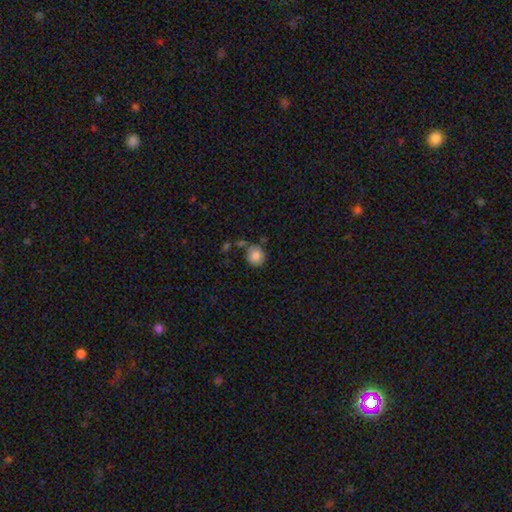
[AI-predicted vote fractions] This appears to be a smooth galaxy with no disk features (82%) that is round (88%). Merging: none (69%).